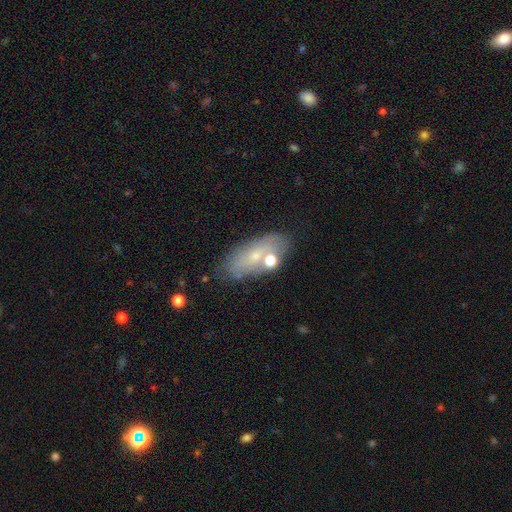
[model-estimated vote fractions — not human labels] The model was most divided on "smooth or featured": smooth: 52%, featured or disk: 37%, star or artifact: 11%. More confident: how rounded — in between (82%); merging — none (67%).